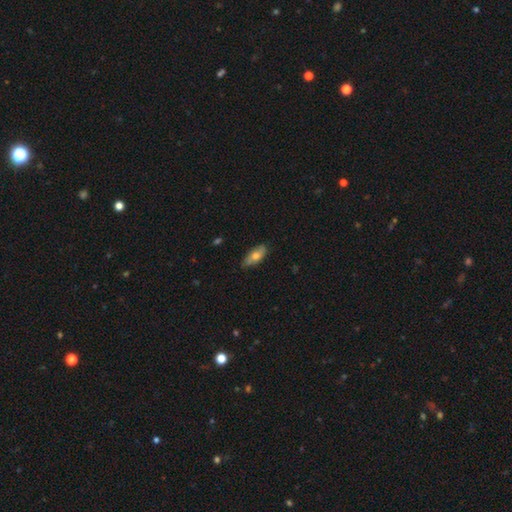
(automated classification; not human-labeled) This is likely a smooth galaxy (68%). How rounded: likely in between (73%). Merging: likely none (78%).